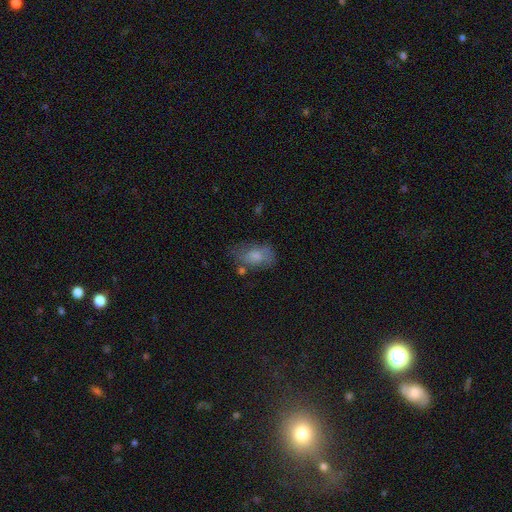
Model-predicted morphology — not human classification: A smooth galaxy with no disk features (69%) that is in between round and cigar-shaped (88%). Merging: none (50%).